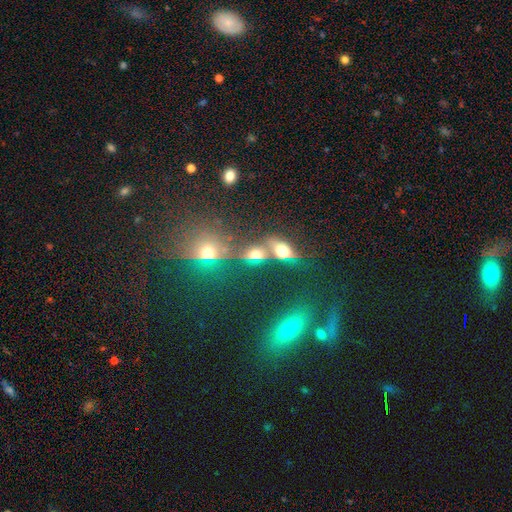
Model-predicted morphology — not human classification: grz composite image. It shows a smooth galaxy with no disk features (48%). Merging: none (42%).